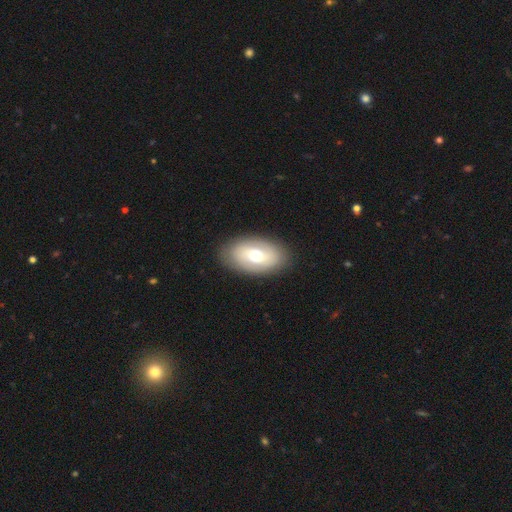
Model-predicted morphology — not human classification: Overall: smooth (52%; featured or disk 41%). How rounded: in between (92%). Merging: none (87%).